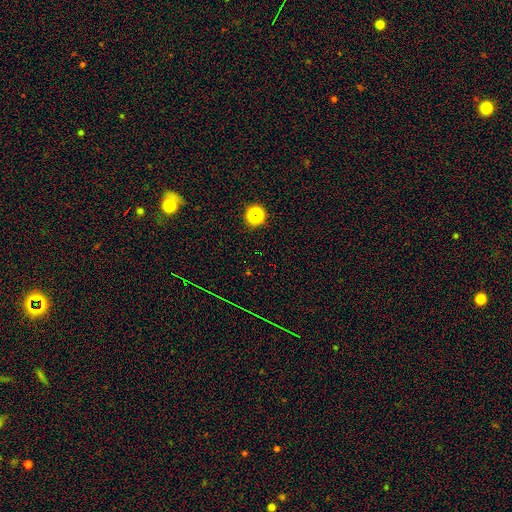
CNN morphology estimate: Smooth or featured?
  - star or artifact: 66% *
  - smooth: 26%
  - featured or disk: 8%